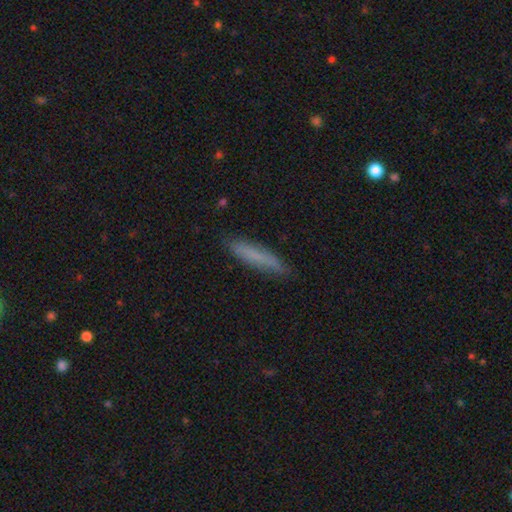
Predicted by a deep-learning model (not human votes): This is likely a smooth galaxy (72%). How rounded: clearly cigar-shaped (89%). Merging: clearly none (85%).